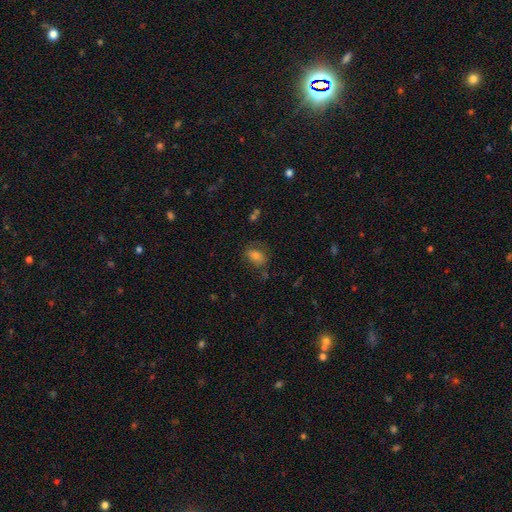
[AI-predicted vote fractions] Morphology: type=smooth (73%); roundness=in between (77%); merging=none (71%).